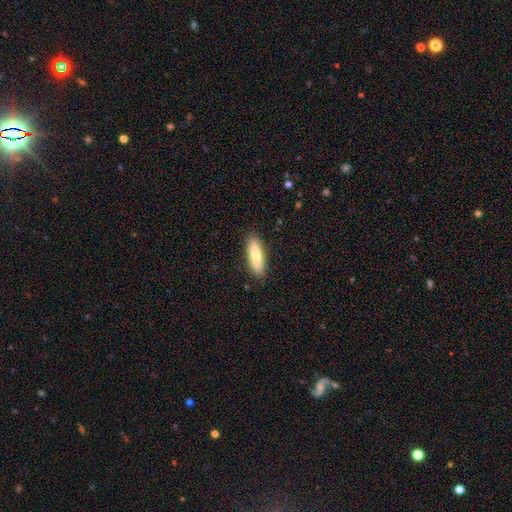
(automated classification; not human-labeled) smooth-or-featured: smooth: 74% | featured or disk: 20% | star or artifact: 6%
  how-rounded: in between: 51% | cigar-shaped: 47% | round: 2%
  merging: none: 89% | minor disturbance: 8% | major disturbance: 2% | merger: 1%